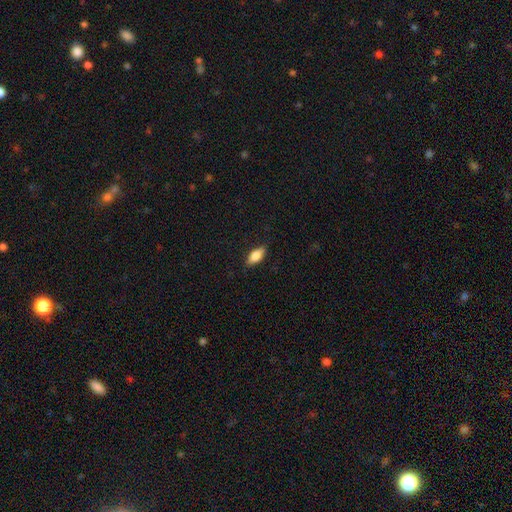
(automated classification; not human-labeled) Overall: smooth (76%). How rounded: in between (82%). Merging: none (87%).